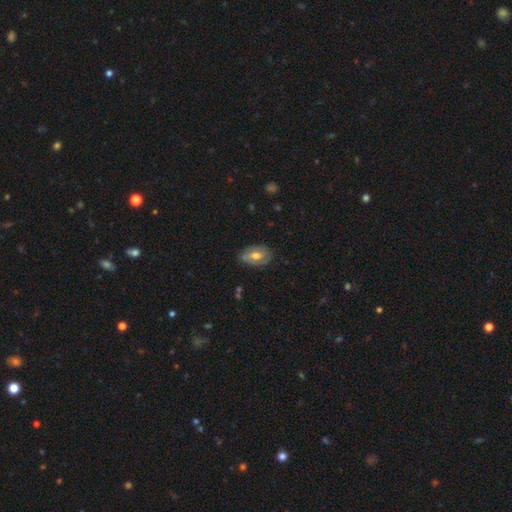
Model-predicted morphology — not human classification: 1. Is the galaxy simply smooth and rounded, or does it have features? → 50% smooth, 42% featured or disk, 8% star or artifact.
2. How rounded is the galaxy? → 85% in between, 13% round, 2% cigar-shaped.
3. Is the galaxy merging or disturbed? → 73% none, 21% minor disturbance, 5% major disturbance, 1% merger.